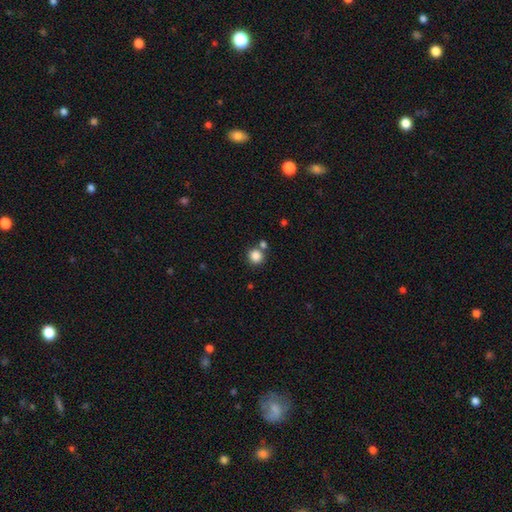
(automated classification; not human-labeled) Smooth or featured? smooth (85%)
How rounded? round (91%)
Merging? none (72%)